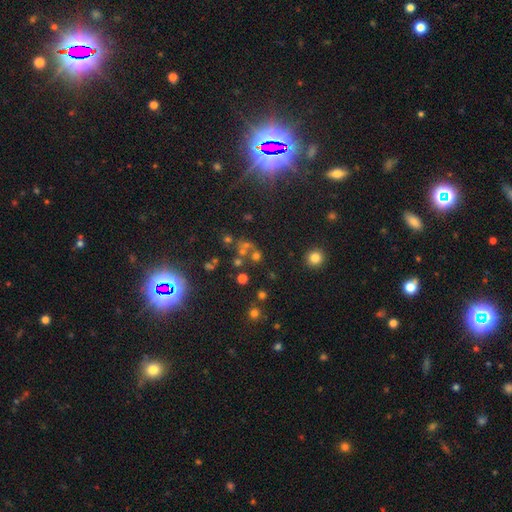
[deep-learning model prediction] Q: Smooth or featured?
A: star or artifact (73%); runner-up: smooth (17%)